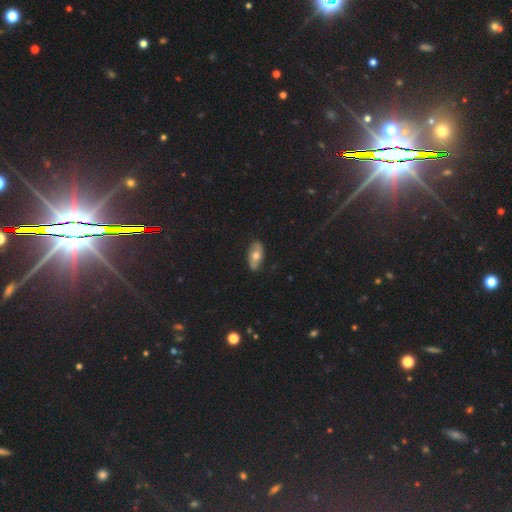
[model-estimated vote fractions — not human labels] This is possibly a smooth galaxy (54%). How rounded: clearly in between (85%). Merging: clearly none (85%).